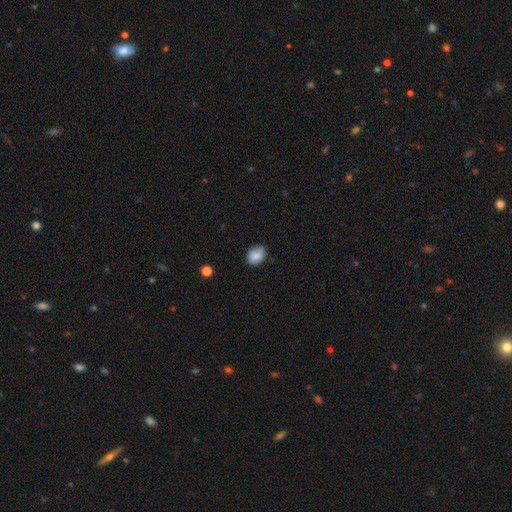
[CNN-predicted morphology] A smooth galaxy with no disk features (84%) that is in between round and cigar-shaped (57%).

Vote fractions:
- Smooth or featured? smooth: 84% / star or artifact: 8% / featured or disk: 8%
- How rounded? in between: 57% / round: 42% / cigar-shaped: 1%
- Merging? none: 77% / minor disturbance: 18% / major disturbance: 3% / merger: 1%